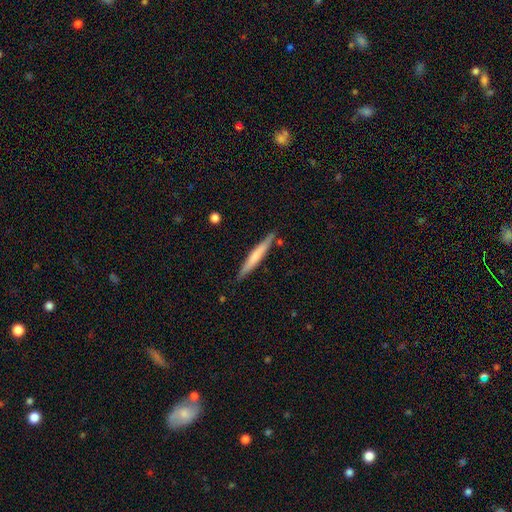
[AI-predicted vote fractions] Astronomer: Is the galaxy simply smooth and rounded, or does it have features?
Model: smooth — 56% (runner-up: featured or disk, 39%).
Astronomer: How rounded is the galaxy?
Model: cigar-shaped — 95%.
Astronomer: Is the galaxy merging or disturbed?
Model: none — 86%.